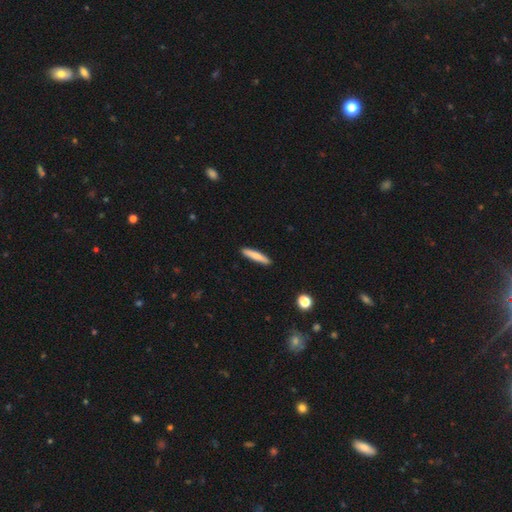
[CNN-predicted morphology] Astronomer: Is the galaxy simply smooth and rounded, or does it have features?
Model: smooth — 77%.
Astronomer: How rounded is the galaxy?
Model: cigar-shaped — 90%.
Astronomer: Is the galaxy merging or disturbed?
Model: none — 91%.